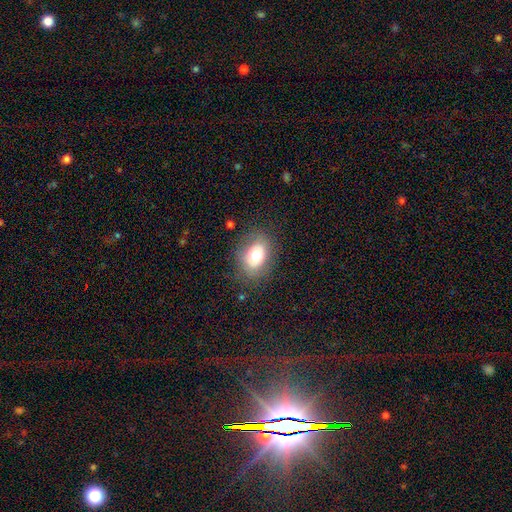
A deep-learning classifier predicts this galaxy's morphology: This appears to be a smooth galaxy with no disk features (73%) that is in between round and cigar-shaped (75%). Merging: none (79%).